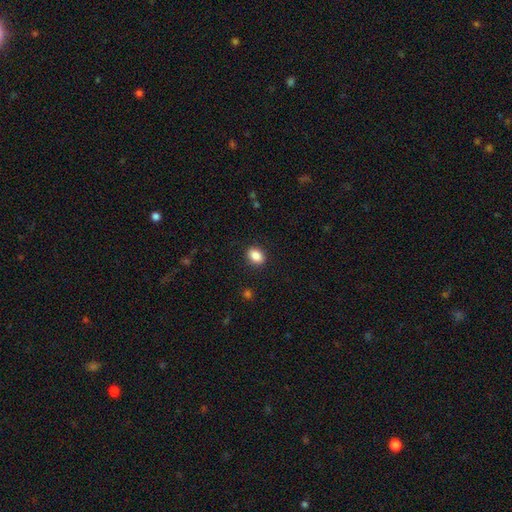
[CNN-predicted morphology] Smooth or featured?
  - smooth: 87% *
  - star or artifact: 8%
  - featured or disk: 4%
How rounded?
  - in between: 71% *
  - round: 27%
  - cigar-shaped: 1%
Merging?
  - none: 89% *
  - minor disturbance: 8%
  - major disturbance: 2%
  - merger: 1%